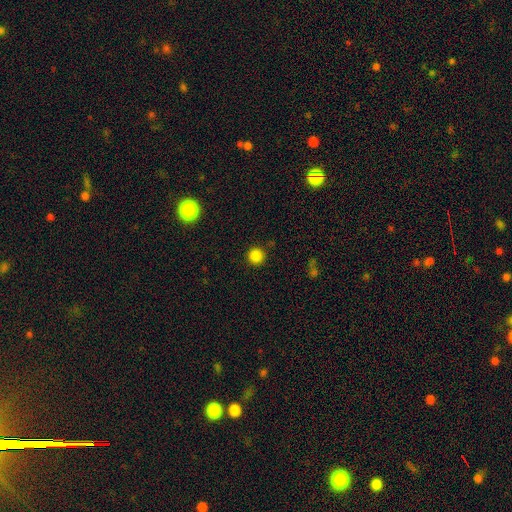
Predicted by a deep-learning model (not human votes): Smooth or featured?
  - smooth: 84% *
  - star or artifact: 12%
  - featured or disk: 3%
How rounded?
  - round: 95% *
  - in between: 4%
  - cigar-shaped: 1%
Merging?
  - none: 90% *
  - minor disturbance: 6%
  - major disturbance: 2%
  - merger: 2%